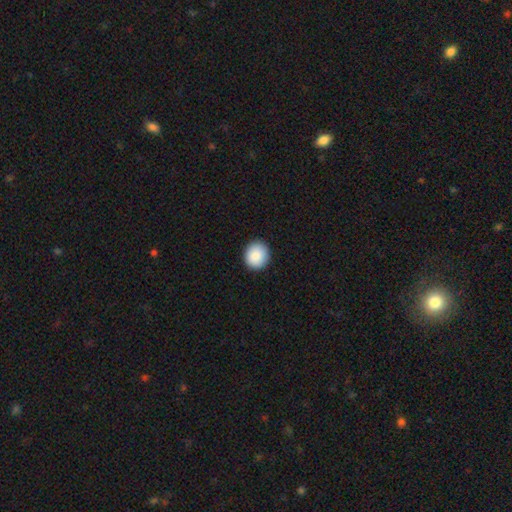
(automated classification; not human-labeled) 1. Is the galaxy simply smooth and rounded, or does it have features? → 89% smooth, 7% star or artifact, 4% featured or disk.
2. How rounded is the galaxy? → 86% round, 14% in between, 1% cigar-shaped.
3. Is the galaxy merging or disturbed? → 91% none, 6% minor disturbance, 2% major disturbance, 1% merger.